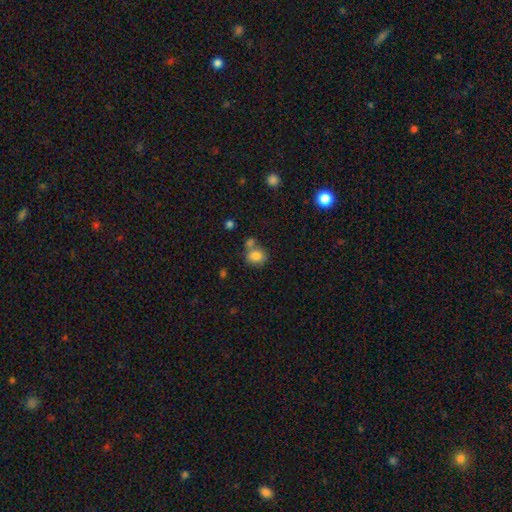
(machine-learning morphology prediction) Smooth or featured? smooth (81%)
How rounded? round (63%)
Merging? none (53%)